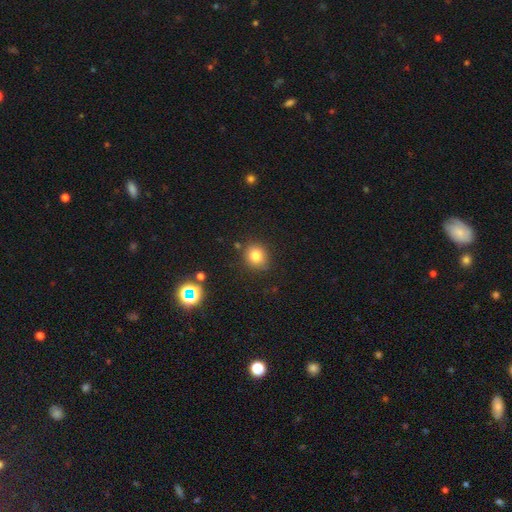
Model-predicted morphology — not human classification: smooth_or_featured: smooth (p=0.80) [alt: star or artifact p=0.13]
how_rounded: round (p=0.79) [alt: in between p=0.20]
merging: none (p=0.84) [alt: minor disturbance p=0.10]